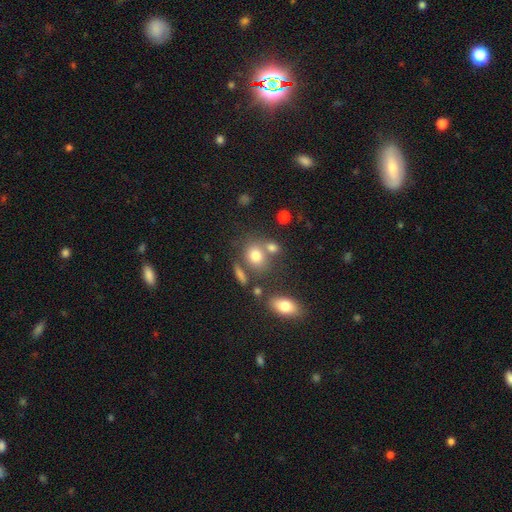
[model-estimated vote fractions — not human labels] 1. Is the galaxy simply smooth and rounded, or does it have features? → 75% smooth, 13% star or artifact, 12% featured or disk.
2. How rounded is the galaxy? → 57% round, 41% in between, 2% cigar-shaped.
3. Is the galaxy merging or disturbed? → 54% none, 27% merger, 12% minor disturbance, 6% major disturbance.